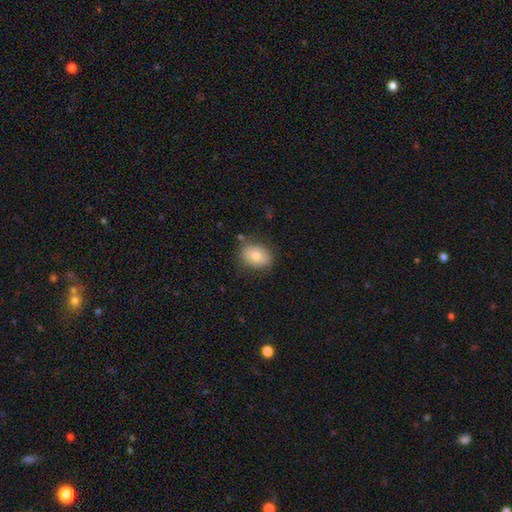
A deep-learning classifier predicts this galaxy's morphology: This is likely a smooth galaxy (75%). How rounded: likely in between (61%). Merging: likely none (79%).